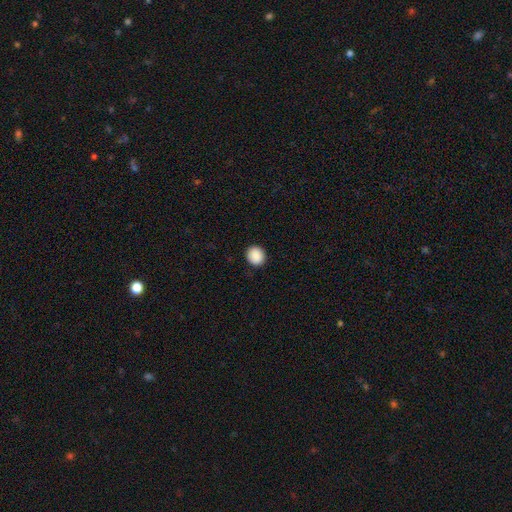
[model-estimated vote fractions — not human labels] Smooth or featured? smooth (90%)
How rounded? round (84%)
Merging? none (91%)